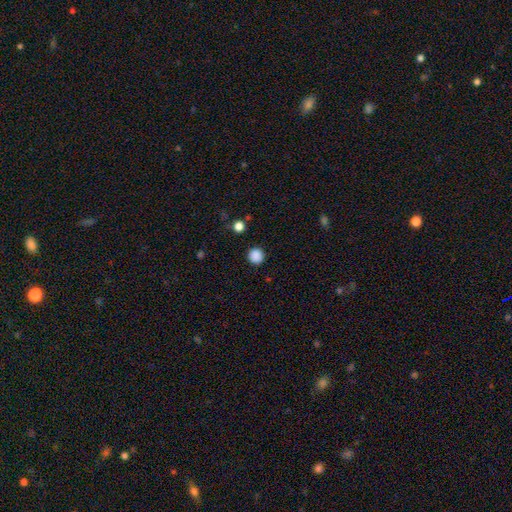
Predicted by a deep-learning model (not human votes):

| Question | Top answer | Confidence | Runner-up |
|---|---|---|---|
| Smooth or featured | smooth | 87% | star or artifact (11%) |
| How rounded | round | 94% | in between (5%) |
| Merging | none | 91% | minor disturbance (6%) |